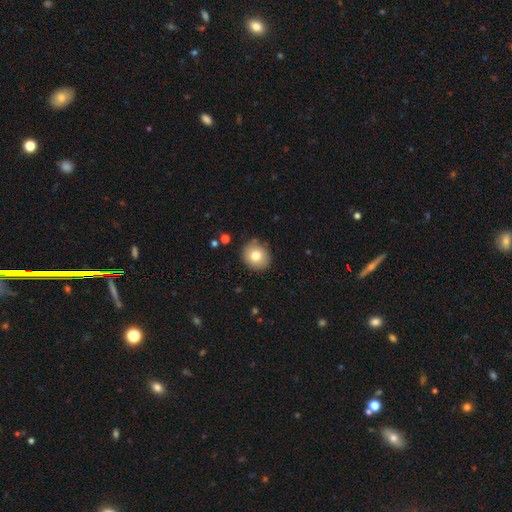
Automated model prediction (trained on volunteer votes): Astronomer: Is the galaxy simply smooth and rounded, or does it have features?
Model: smooth — 77%.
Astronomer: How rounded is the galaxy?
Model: round — 81%.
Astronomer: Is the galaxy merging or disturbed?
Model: none — 86%.